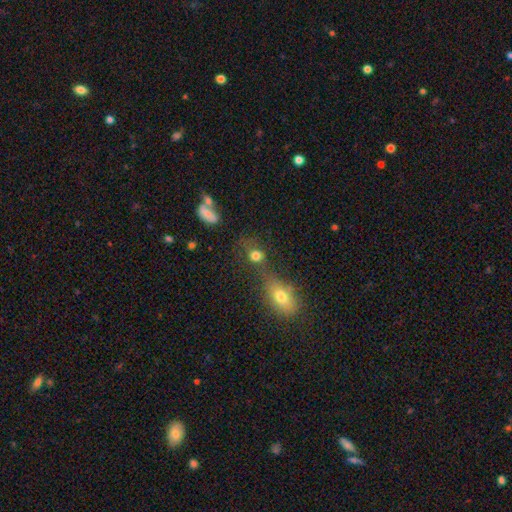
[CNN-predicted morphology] Smooth or featured? smooth (75%)
How rounded? round (61%)
Merging? none (47%)